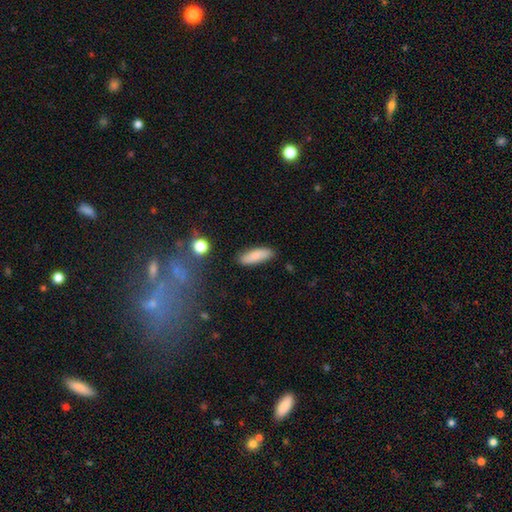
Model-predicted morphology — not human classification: type=smooth (83%); roundness=in between (51%); merging=none (85%).